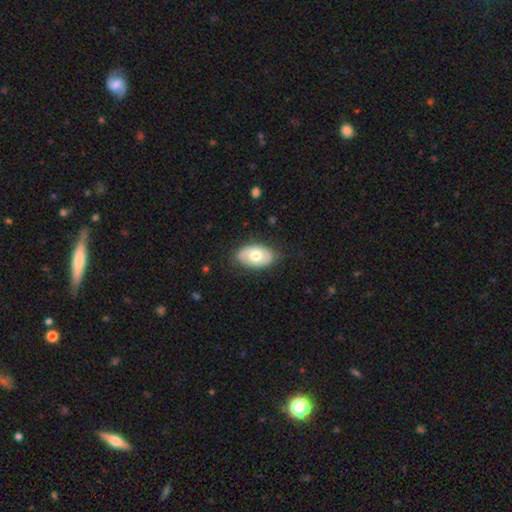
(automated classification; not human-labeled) Morphology: type=smooth (57%); roundness=in between (92%); merging=none (81%).